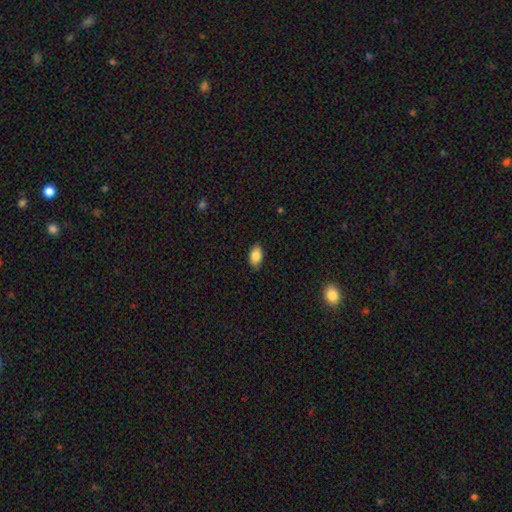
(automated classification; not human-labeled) Smooth or featured?
  - smooth: 86% *
  - star or artifact: 7%
  - featured or disk: 7%
How rounded?
  - in between: 92% *
  - round: 5%
  - cigar-shaped: 3%
Merging?
  - none: 86% *
  - minor disturbance: 11%
  - major disturbance: 2%
  - merger: 1%